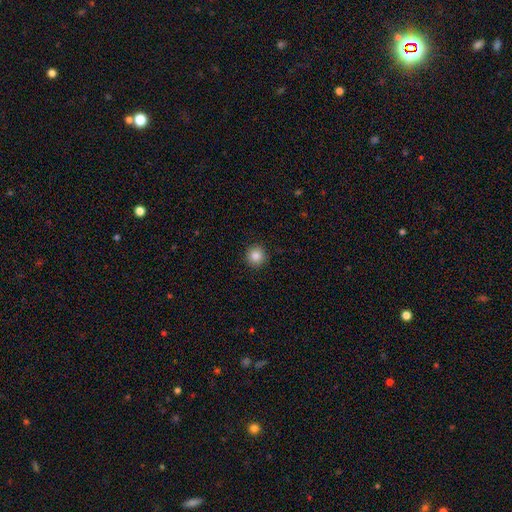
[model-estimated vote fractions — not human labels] Q: Smooth or featured?
A: smooth (86%); runner-up: star or artifact (10%)
Q: How rounded?
A: round (95%); runner-up: in between (4%)
Q: Merging?
A: none (92%); runner-up: minor disturbance (5%)